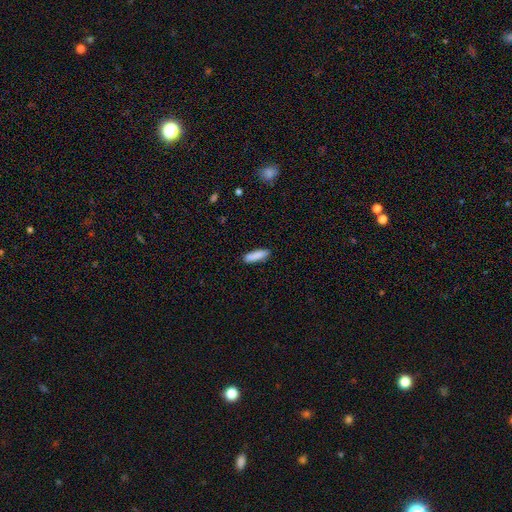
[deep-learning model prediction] Smooth or featured? Predicted: smooth (p=0.88). How rounded? Predicted: cigar-shaped (p=0.63). Merging? Predicted: none (p=0.88).